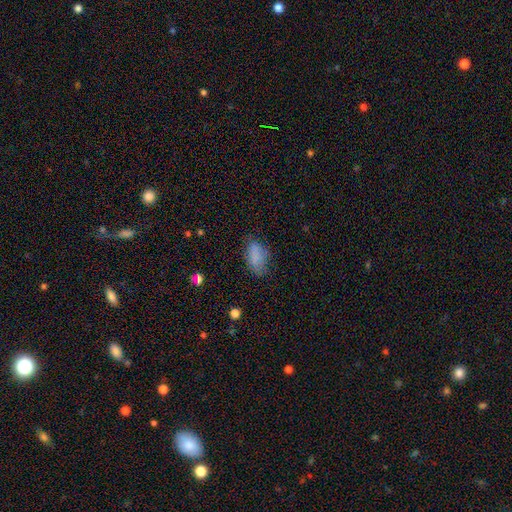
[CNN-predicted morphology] A smooth galaxy with no disk features (79%) that is in between round and cigar-shaped (91%).

Vote fractions:
- Smooth or featured? smooth: 79% / star or artifact: 11% / featured or disk: 10%
- How rounded? in between: 91% / round: 5% / cigar-shaped: 4%
- Merging? none: 65% / minor disturbance: 25% / major disturbance: 9% / merger: 2%